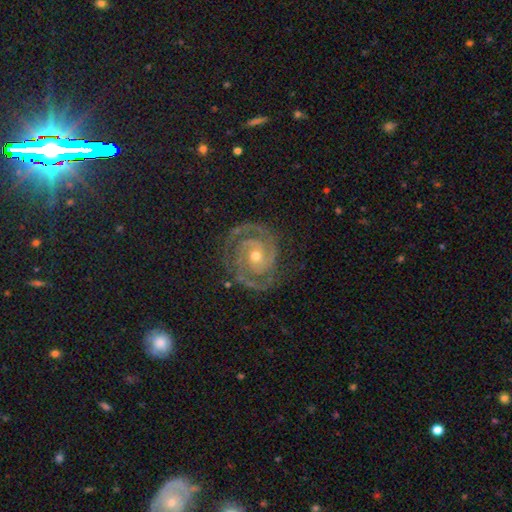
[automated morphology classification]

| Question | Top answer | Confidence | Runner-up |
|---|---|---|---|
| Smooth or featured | featured or disk | 91% | star or artifact (6%) |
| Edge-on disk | no | 98% | yes (2%) |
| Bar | no | 70% | weak (21%) |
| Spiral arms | yes | 98% | no (2%) |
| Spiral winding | tight | 73% | medium (24%) |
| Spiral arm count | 2 | 85% | 3 (7%) |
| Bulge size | moderate | 49% | small (48%) |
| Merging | none | 82% | minor disturbance (13%) |